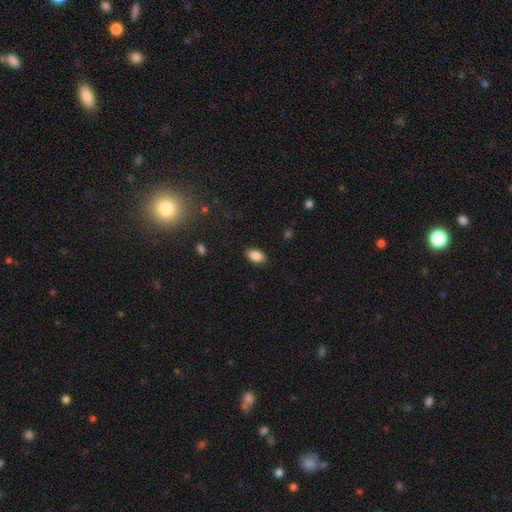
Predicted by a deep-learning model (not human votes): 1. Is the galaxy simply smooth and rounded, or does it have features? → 87% smooth, 8% star or artifact, 5% featured or disk.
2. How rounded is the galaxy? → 92% in between, 6% round, 2% cigar-shaped.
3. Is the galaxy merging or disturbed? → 87% none, 9% minor disturbance, 2% major disturbance, 1% merger.